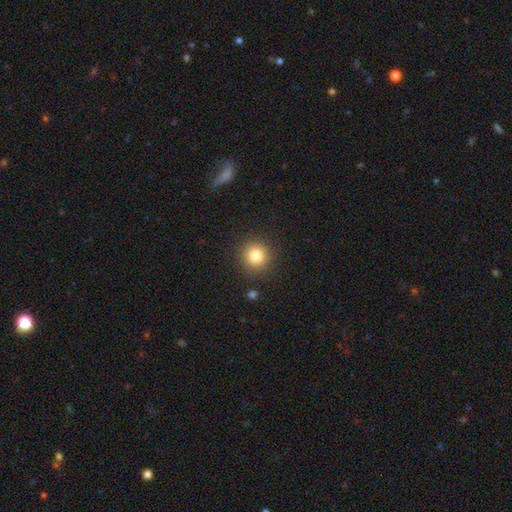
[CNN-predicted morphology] This appears to be a smooth galaxy with no disk features (81%) that is round (94%). Merging: none (89%).